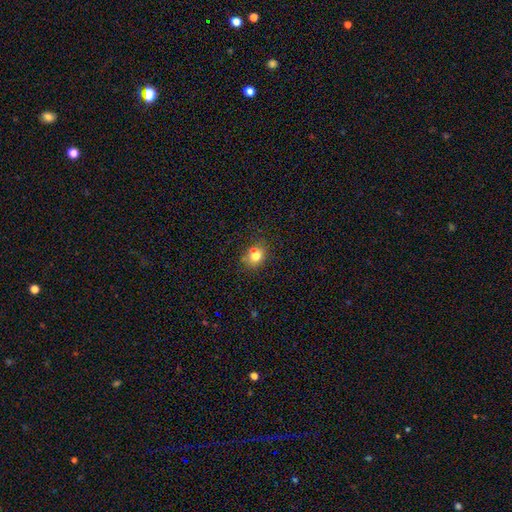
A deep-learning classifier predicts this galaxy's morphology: Smooth or featured?
  - smooth: 73% *
  - featured or disk: 14%
  - star or artifact: 13%
How rounded?
  - round: 65% *
  - in between: 34%
  - cigar-shaped: 1%
Merging?
  - none: 54% *
  - merger: 23%
  - minor disturbance: 17%
  - major disturbance: 6%